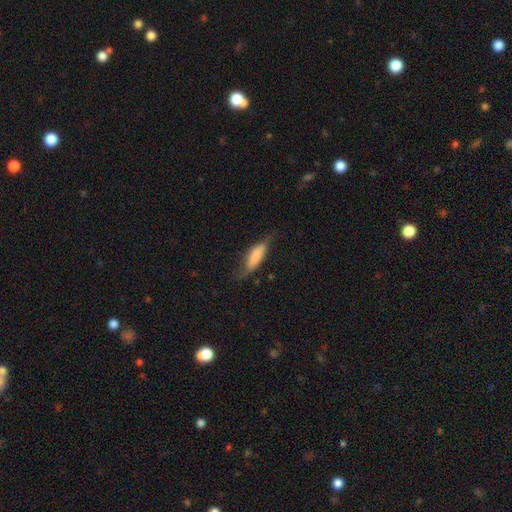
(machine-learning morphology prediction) Smooth or featured?
  - smooth: 64% *
  - featured or disk: 29%
  - star or artifact: 7%
How rounded?
  - in between: 56% *
  - cigar-shaped: 41%
  - round: 3%
Merging?
  - none: 52% *
  - minor disturbance: 31%
  - major disturbance: 15%
  - merger: 2%